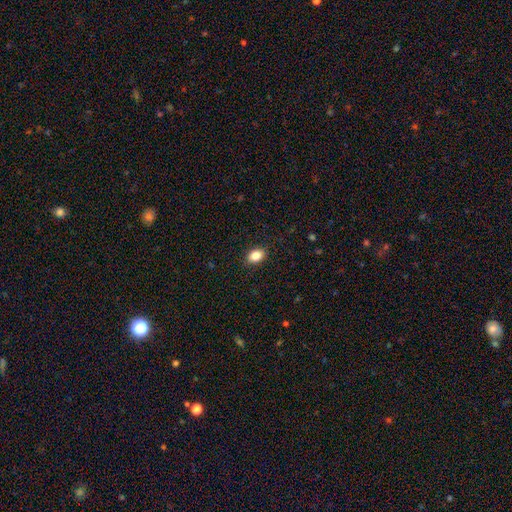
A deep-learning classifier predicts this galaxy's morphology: This appears to be a smooth galaxy with no disk features (85%) that is in between round and cigar-shaped (78%). Merging: none (88%).